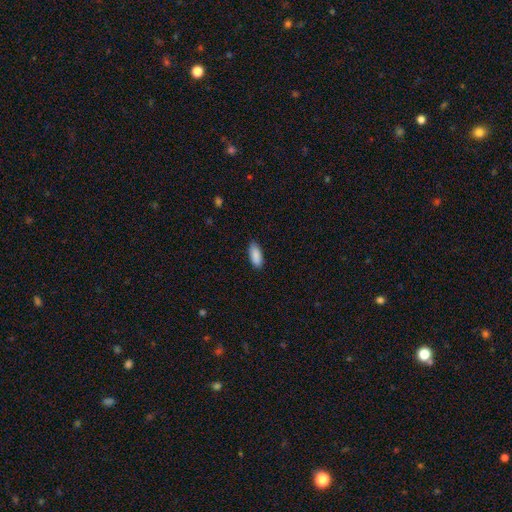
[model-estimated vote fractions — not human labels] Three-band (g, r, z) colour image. It shows a smooth galaxy with no disk features (90%) that is in between round and cigar-shaped (84%). Merging: none (86%).